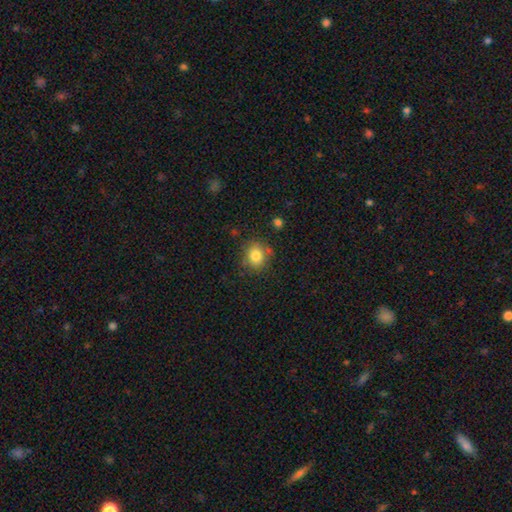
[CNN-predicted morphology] Smooth or featured? Predicted: smooth (p=0.82). How rounded? Predicted: round (p=0.78). Merging? Predicted: none (p=0.80).